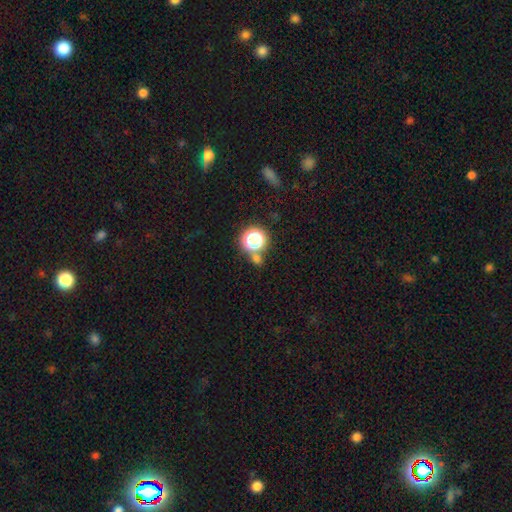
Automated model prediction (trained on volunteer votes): Smooth or featured?
  - smooth: 50% *
  - star or artifact: 42%
  - featured or disk: 8%
How rounded?
  - round: 83% *
  - in between: 15%
  - cigar-shaped: 2%
Merging?
  - none: 68% *
  - merger: 19%
  - minor disturbance: 9%
  - major disturbance: 4%